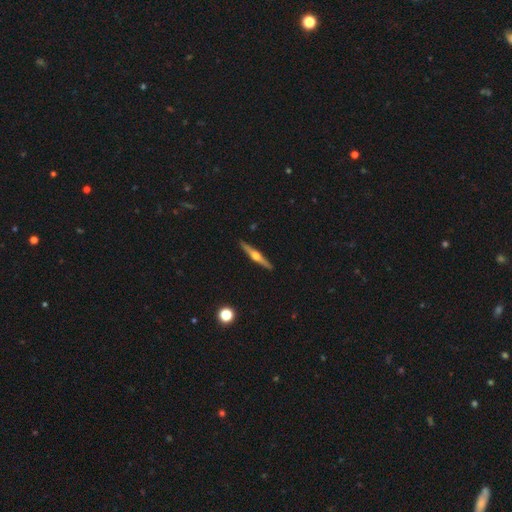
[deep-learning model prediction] smooth_or_featured: featured or disk (p=0.76) [alt: smooth p=0.19]
disk_edge_on: yes (p=0.98) [alt: no p=0.02]
edge_on_bulge: rounded (p=0.93) [alt: boxy p=0.04]
merging: none (p=0.91) [alt: minor disturbance p=0.06]